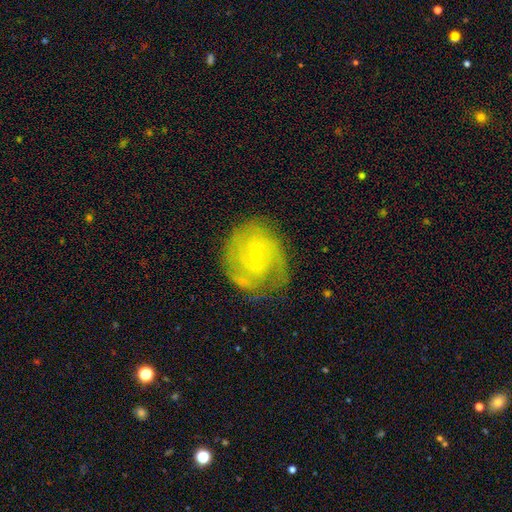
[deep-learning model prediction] The model was most divided on "spiral arm count": can't tell: 35%, 2: 33%, 3: 16%, 1: 6%, 4: 6%, more than 4: 4%. More confident: edge-on disk — no (97%); spiral arms — yes (88%); smooth or featured — featured or disk (77%); bulge size — small (77%); merging — none (65%); bar — no (62%); spiral winding — tight (61%).